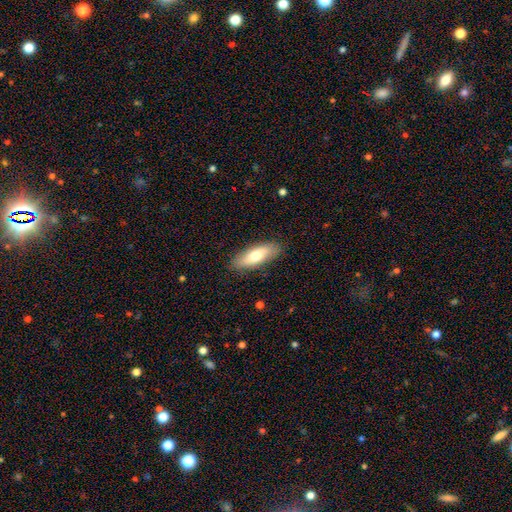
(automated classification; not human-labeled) Smooth or featured? smooth (70%)
How rounded? in between (66%)
Merging? none (87%)